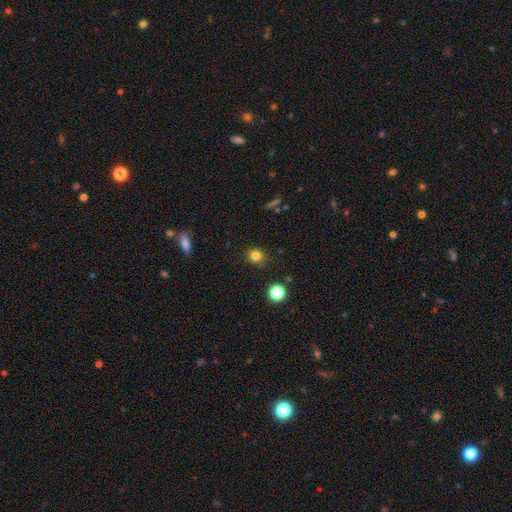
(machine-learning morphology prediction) Smooth or featured? smooth (81%)
How rounded? round (78%)
Merging? none (83%)